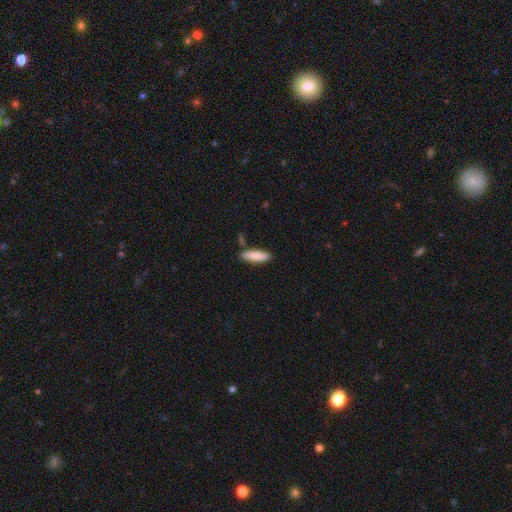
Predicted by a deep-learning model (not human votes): This appears to be a smooth galaxy with no disk features (86%) that is cigar-shaped (63%). Merging: none (83%).